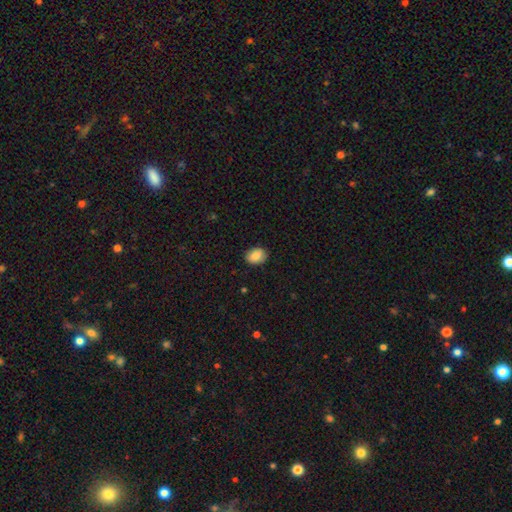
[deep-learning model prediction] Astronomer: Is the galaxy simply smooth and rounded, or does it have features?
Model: smooth — 84%.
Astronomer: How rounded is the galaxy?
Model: in between — 69%.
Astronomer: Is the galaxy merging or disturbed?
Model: none — 87%.